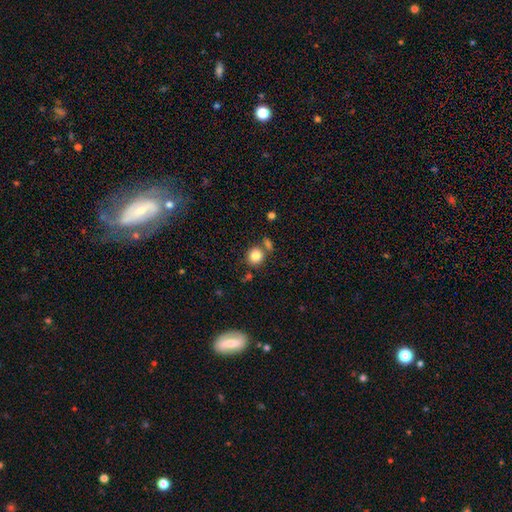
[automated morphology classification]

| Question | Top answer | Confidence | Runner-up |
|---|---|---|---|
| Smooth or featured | smooth | 84% | star or artifact (10%) |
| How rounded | round | 82% | in between (17%) |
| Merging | none | 69% | merger (18%) |